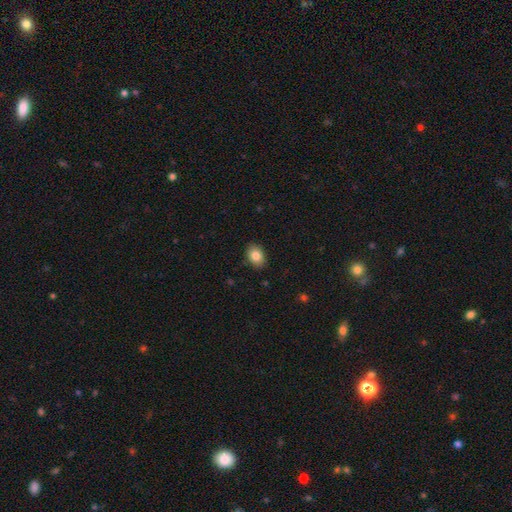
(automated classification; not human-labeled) A smooth galaxy with no disk features (84%) that is in between round and cigar-shaped (75%).

Vote fractions:
- Smooth or featured? smooth: 84% / star or artifact: 8% / featured or disk: 8%
- How rounded? in between: 75% / round: 24% / cigar-shaped: 1%
- Merging? none: 88% / minor disturbance: 9% / major disturbance: 2% / merger: 1%